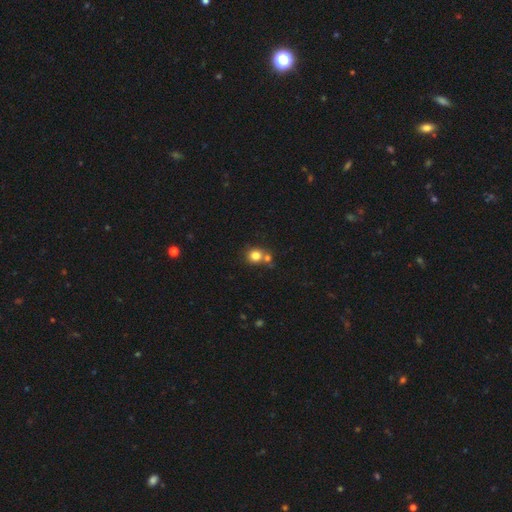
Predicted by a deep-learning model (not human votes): Smooth or featured: smooth — 80% (star or artifact — 12%)
How rounded: round — 86% (in between — 13%)
Merging: none — 54% (merger — 33%)